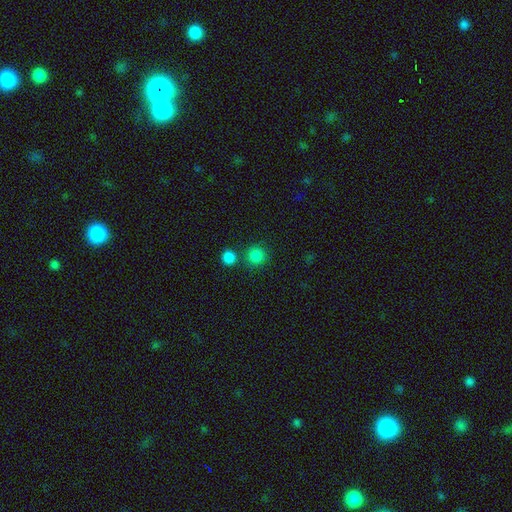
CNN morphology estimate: Smooth or featured?
  - smooth: 84% *
  - star or artifact: 12%
  - featured or disk: 4%
How rounded?
  - round: 93% *
  - in between: 6%
  - cigar-shaped: 1%
Merging?
  - none: 77% *
  - merger: 13%
  - minor disturbance: 7%
  - major disturbance: 3%